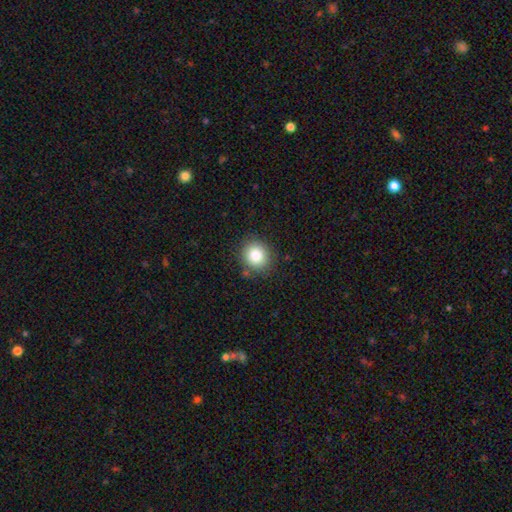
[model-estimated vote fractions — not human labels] smooth-or-featured: smooth: 82% | star or artifact: 11% | featured or disk: 7%
  how-rounded: round: 82% | in between: 17% | cigar-shaped: 1%
  merging: none: 87% | minor disturbance: 9% | major disturbance: 3% | merger: 2%